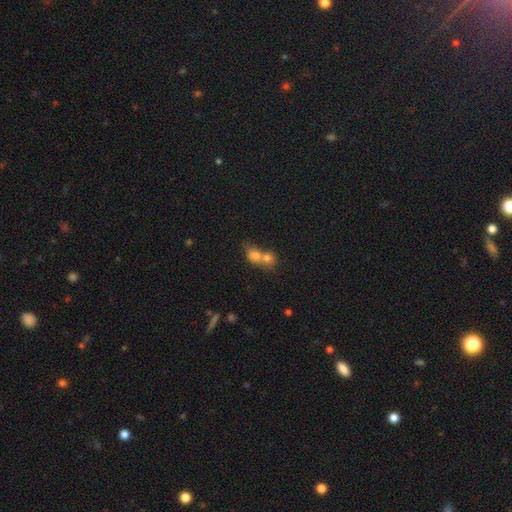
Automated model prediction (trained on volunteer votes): Smooth or featured? smooth (72%)
How rounded? round (55%)
Merging? merger (72%)